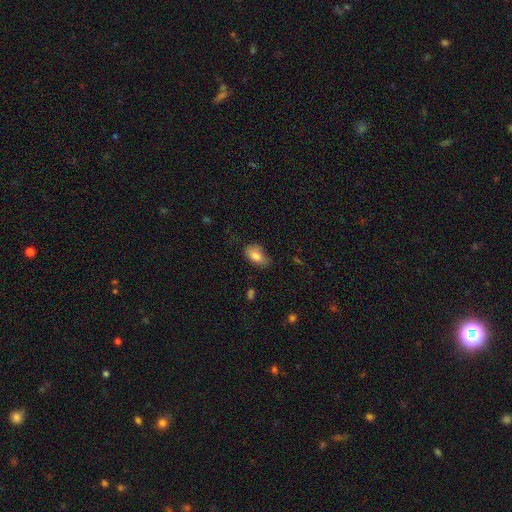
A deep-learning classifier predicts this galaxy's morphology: Q: Smooth or featured?
A: smooth (82%); runner-up: featured or disk (11%)
Q: How rounded?
A: in between (91%); runner-up: round (7%)
Q: Merging?
A: none (62%); runner-up: minor disturbance (29%)